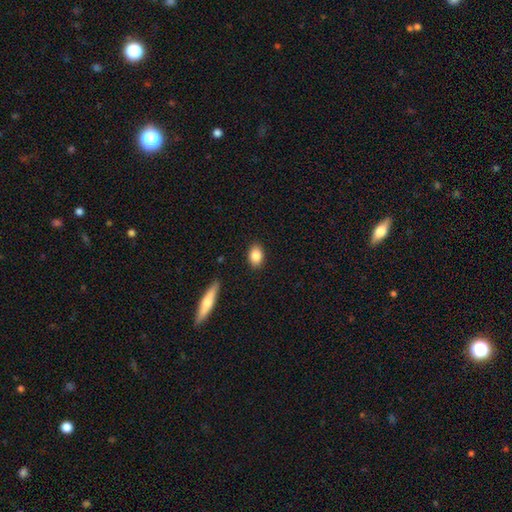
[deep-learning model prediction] smooth_or_featured: smooth (p=0.85) [alt: star or artifact p=0.08]
how_rounded: in between (p=0.80) [alt: round p=0.18]
merging: none (p=0.88) [alt: minor disturbance p=0.09]